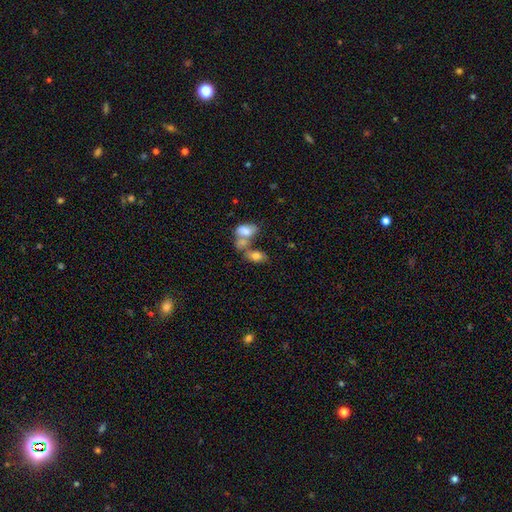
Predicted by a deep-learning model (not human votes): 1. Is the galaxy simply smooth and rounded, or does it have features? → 75% smooth, 16% featured or disk, 9% star or artifact.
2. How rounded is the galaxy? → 88% in between, 9% round, 3% cigar-shaped.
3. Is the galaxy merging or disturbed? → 55% merger, 28% none, 11% minor disturbance, 7% major disturbance.